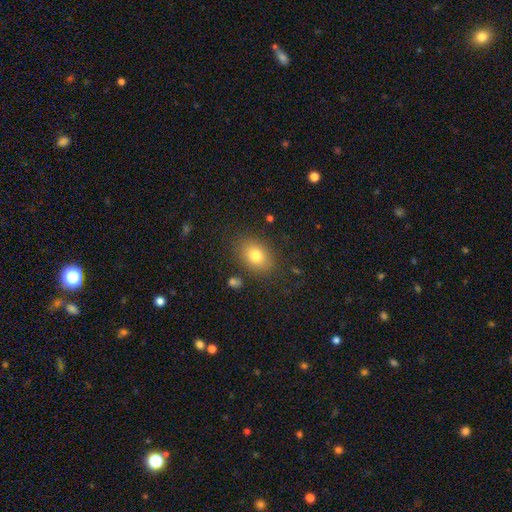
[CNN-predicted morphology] Overall: smooth (79%). How rounded: in between (71%). Merging: none (82%).